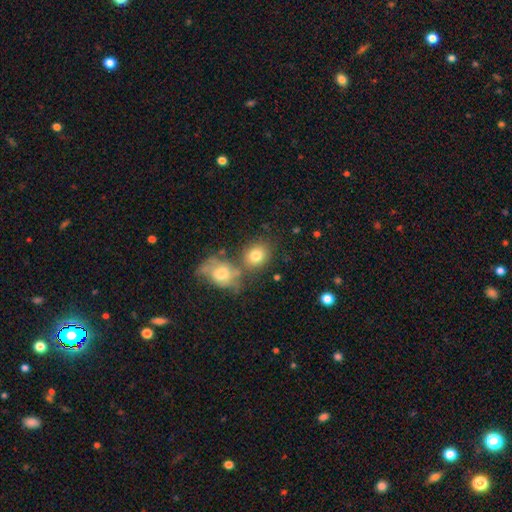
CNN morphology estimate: A smooth galaxy with no disk features (77%) that is round (63%).

Vote fractions:
- Smooth or featured? smooth: 77% / featured or disk: 13% / star or artifact: 10%
- How rounded? round: 63% / in between: 36% / cigar-shaped: 1%
- Merging? none: 53% / merger: 30% / minor disturbance: 11% / major disturbance: 6%